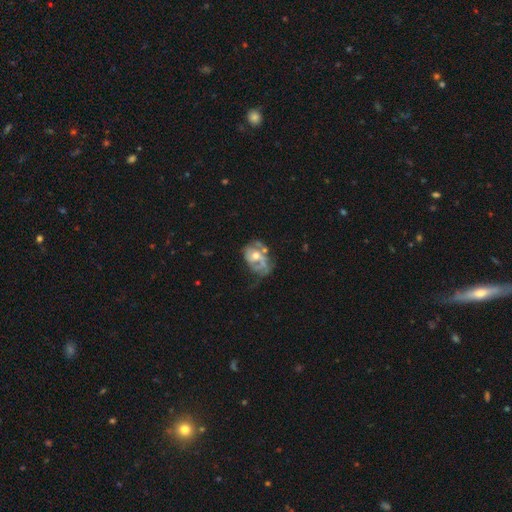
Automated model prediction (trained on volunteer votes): smooth_or_featured: featured or disk (p=0.67) [alt: smooth p=0.26]
disk_edge_on: no (p=0.97) [alt: yes p=0.03]
bar: no (p=0.72) [alt: weak p=0.22]
has_spiral_arms: yes (p=0.57) [alt: no p=0.43]
bulge_size: moderate (p=0.69) [alt: small p=0.22]
merging: major disturbance (p=0.35) [alt: minor disturbance p=0.26]